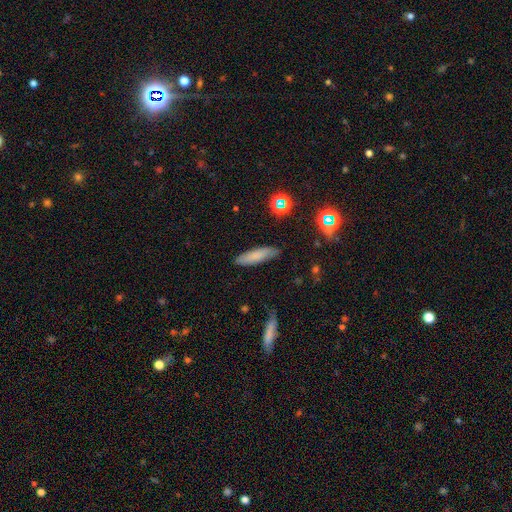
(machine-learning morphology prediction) smooth_or_featured: smooth (p=0.76) [alt: featured or disk p=0.14]
how_rounded: cigar-shaped (p=0.69) [alt: in between p=0.29]
merging: none (p=0.83) [alt: minor disturbance p=0.13]